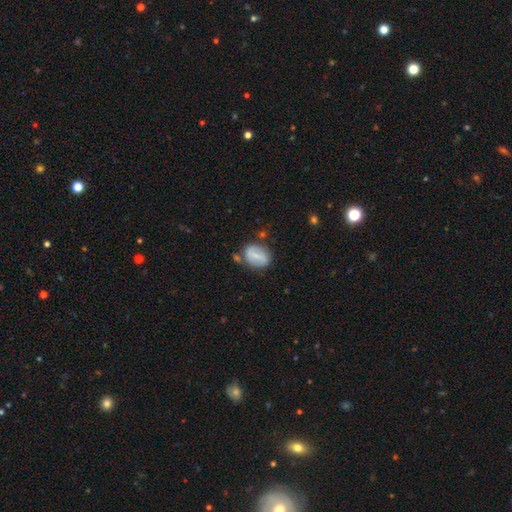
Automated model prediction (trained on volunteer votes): Q: Smooth or featured?
A: smooth (55%); runner-up: featured or disk (37%)
Q: How rounded?
A: in between (65%); runner-up: round (33%)
Q: Merging?
A: none (69%); runner-up: minor disturbance (19%)